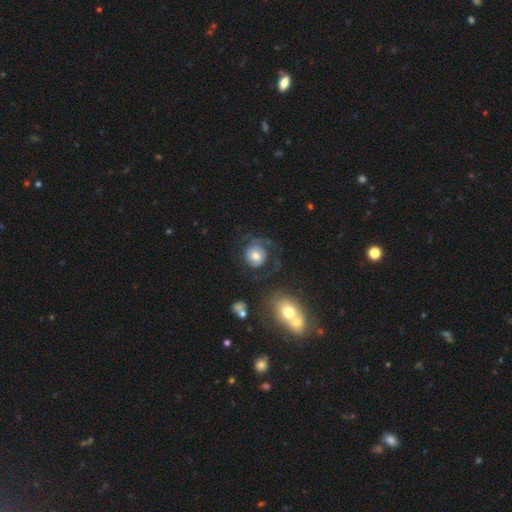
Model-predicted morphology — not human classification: Overall: featured or disk (47%; smooth 45%). Merging: none (54%; major disturbance 23%).